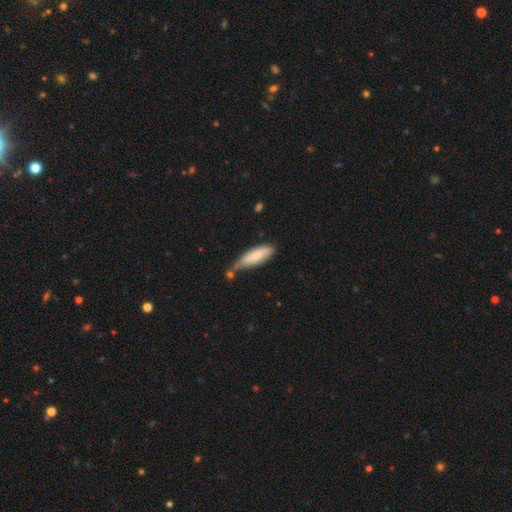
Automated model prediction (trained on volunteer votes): The model was most divided on "how rounded": cigar-shaped: 50%, in between: 48%, round: 2%. Remaining: smooth or featured — smooth (77%); merging — none (50%).